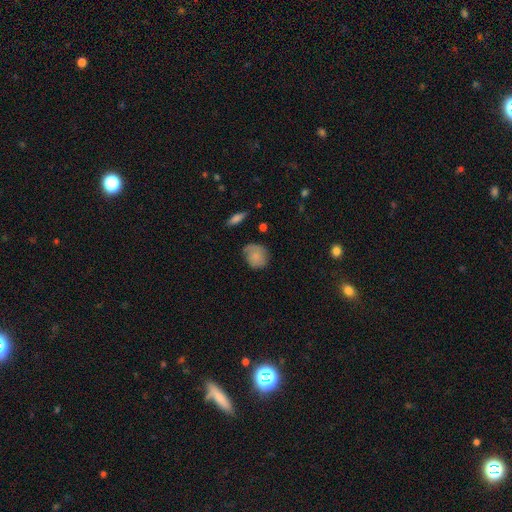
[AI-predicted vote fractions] This is likely a smooth galaxy (74%). How rounded: likely round (66%). Merging: likely none (61%).